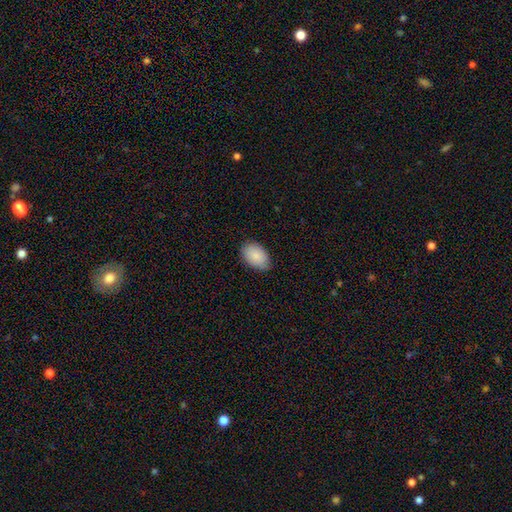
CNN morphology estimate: Smooth or featured: smooth — 89% (star or artifact — 6%)
How rounded: in between — 91% (round — 7%)
Merging: none — 83% (minor disturbance — 14%)